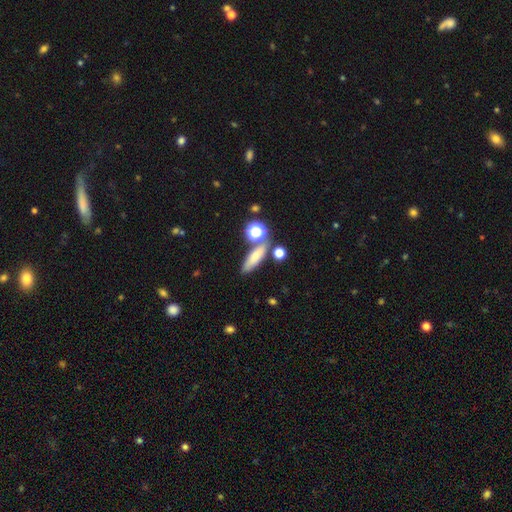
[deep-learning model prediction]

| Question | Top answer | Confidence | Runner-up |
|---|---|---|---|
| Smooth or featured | smooth | 71% | featured or disk (17%) |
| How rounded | cigar-shaped | 50% | in between (39%) |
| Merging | none | 67% | merger (15%) |